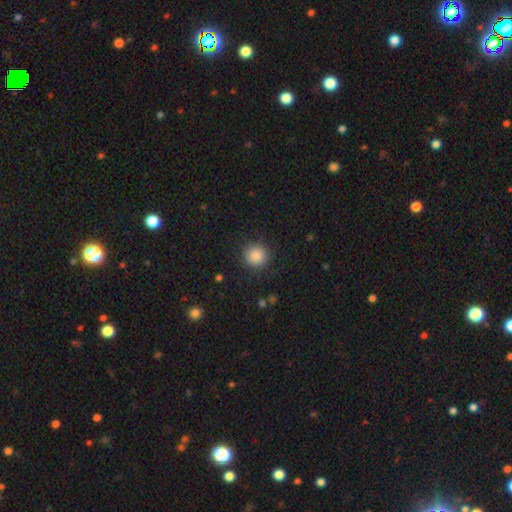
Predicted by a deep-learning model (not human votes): Q: Smooth or featured?
A: smooth (87%); runner-up: star or artifact (9%)
Q: How rounded?
A: round (94%); runner-up: in between (5%)
Q: Merging?
A: none (89%); runner-up: minor disturbance (7%)